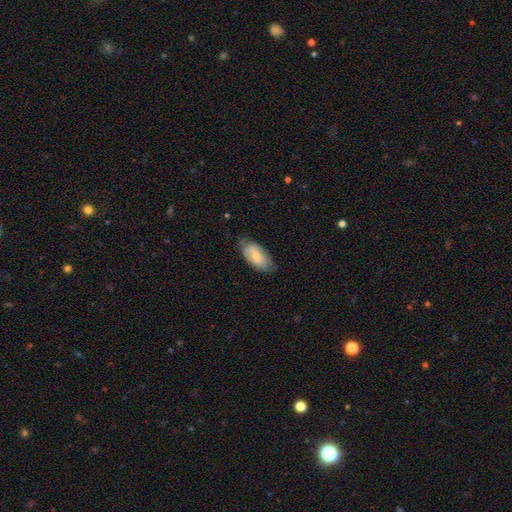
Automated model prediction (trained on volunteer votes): A smooth galaxy with no disk features (68%) that is in between round and cigar-shaped (94%). Merging: none (66%).